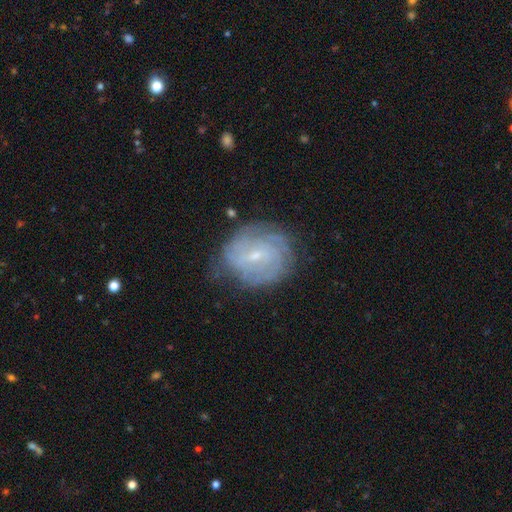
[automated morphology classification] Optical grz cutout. It shows a featured or disk galaxy (77%) with a weak bar (56%), tight (70%) spiral arms (90%) and a small central bulge (75%). Merging: none (71%).